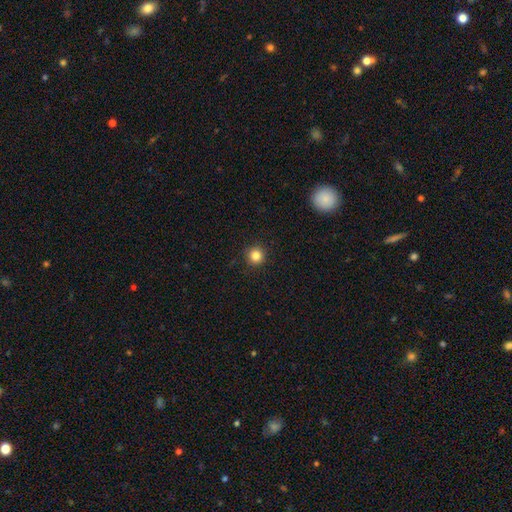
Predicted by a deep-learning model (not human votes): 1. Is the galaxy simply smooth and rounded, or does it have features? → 83% smooth, 12% star or artifact, 5% featured or disk.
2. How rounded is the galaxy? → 95% round, 4% in between, 1% cigar-shaped.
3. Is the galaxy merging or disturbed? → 92% none, 5% minor disturbance, 2% major disturbance, 1% merger.